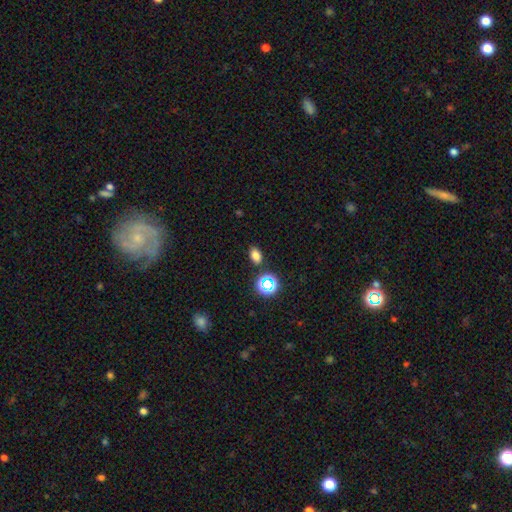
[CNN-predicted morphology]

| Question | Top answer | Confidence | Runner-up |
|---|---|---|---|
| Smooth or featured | smooth | 74% | star or artifact (19%) |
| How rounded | in between | 81% | round (17%) |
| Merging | none | 84% | minor disturbance (9%) |